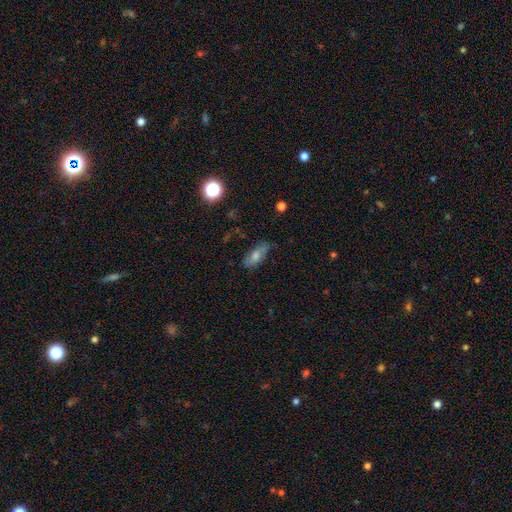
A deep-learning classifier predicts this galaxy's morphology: smooth_or_featured: smooth (p=0.52) [alt: featured or disk p=0.35]
how_rounded: in between (p=0.70) [alt: cigar-shaped p=0.24]
merging: none (p=0.70) [alt: minor disturbance p=0.22]